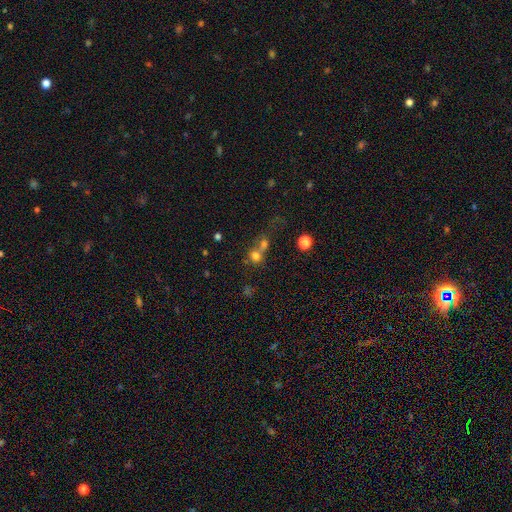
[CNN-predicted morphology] smooth_or_featured: smooth (p=0.70) [alt: star or artifact p=0.16]
how_rounded: round (p=0.82) [alt: in between p=0.16]
merging: merger (p=0.54) [alt: none p=0.34]